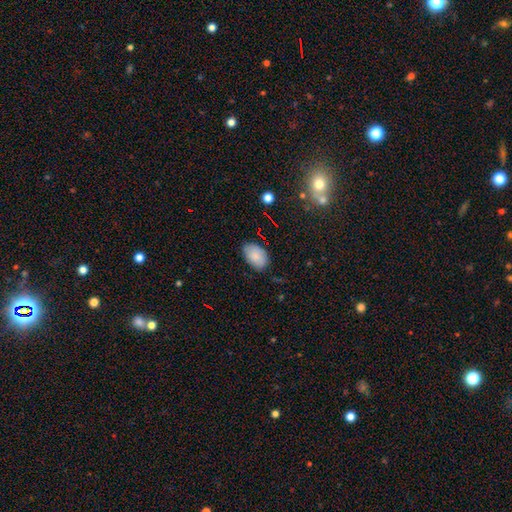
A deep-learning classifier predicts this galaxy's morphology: smooth-or-featured: smooth: 82% | featured or disk: 10% | star or artifact: 8%
  how-rounded: in between: 90% | round: 9% | cigar-shaped: 1%
  merging: none: 76% | minor disturbance: 20% | major disturbance: 3% | merger: 1%